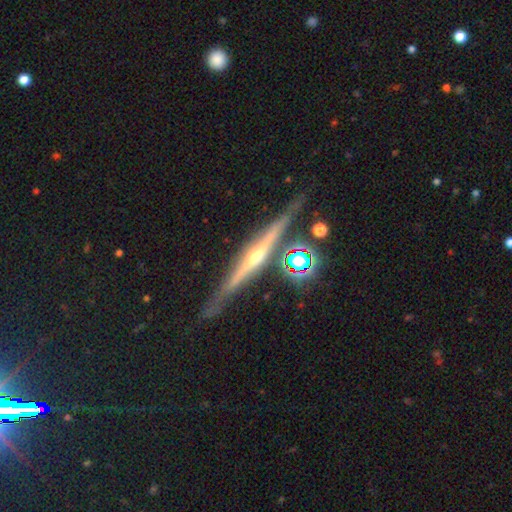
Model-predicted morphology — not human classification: Overall: featured or disk (82%). Edge-on disk: yes (97%). Edge-on bulge: rounded (85%). Merging: none (81%).